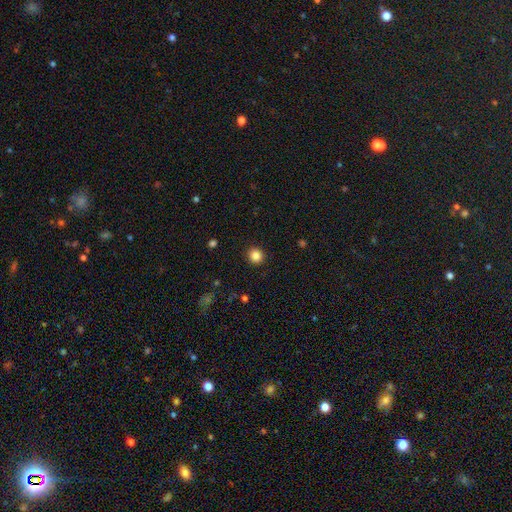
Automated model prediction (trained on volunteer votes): Smooth or featured: smooth — 85% (star or artifact — 11%)
How rounded: round — 92% (in between — 7%)
Merging: none — 93% (minor disturbance — 5%)